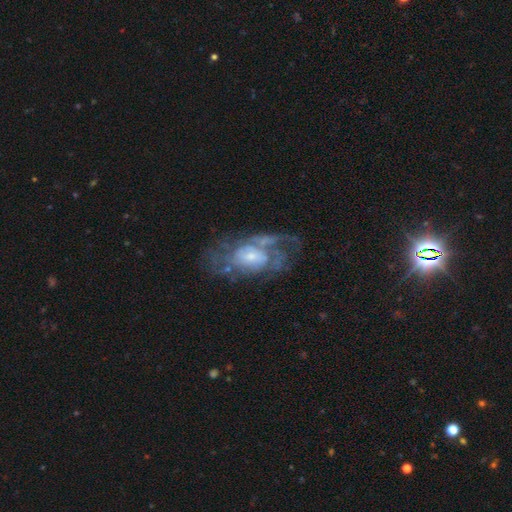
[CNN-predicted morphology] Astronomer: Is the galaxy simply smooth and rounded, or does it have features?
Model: featured or disk — 79%.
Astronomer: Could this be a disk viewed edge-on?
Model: no — 95%.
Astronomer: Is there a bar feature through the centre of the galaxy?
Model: no — 58% (runner-up: weak, 34%).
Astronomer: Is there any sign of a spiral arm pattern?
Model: yes — 83%.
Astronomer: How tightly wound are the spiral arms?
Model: tight — 43% (runner-up: medium, 41%).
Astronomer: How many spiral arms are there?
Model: can't tell — 43% (runner-up: 2, 29%).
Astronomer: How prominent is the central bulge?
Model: small — 55% (runner-up: moderate, 33%).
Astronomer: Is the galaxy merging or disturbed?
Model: none — 58%.